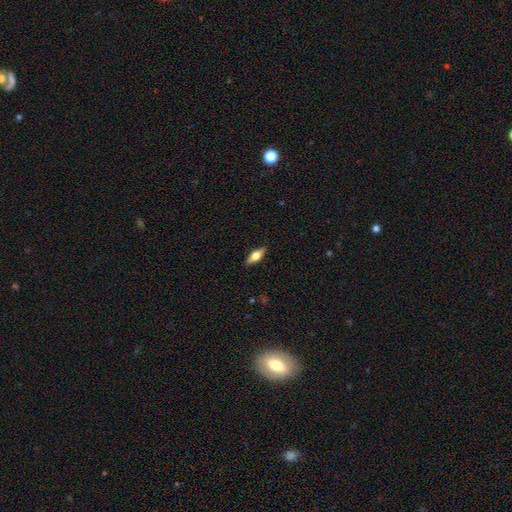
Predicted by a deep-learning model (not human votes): This appears to be a smooth galaxy with no disk features (52%) that is in between round and cigar-shaped (71%). Merging: none (87%).